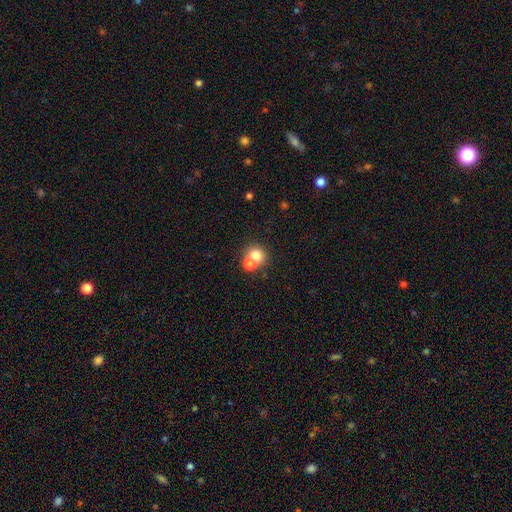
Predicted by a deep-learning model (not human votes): This is likely a smooth galaxy (74%). How rounded: likely round (79%). Merging: possibly merger (54%).